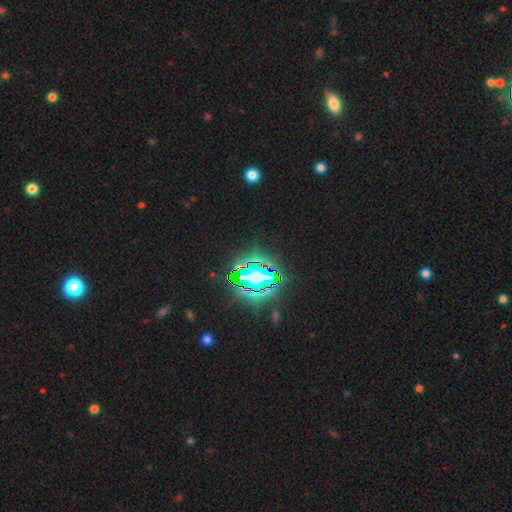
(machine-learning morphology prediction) smooth_or_featured: star or artifact (p=0.76) [alt: smooth p=0.14]